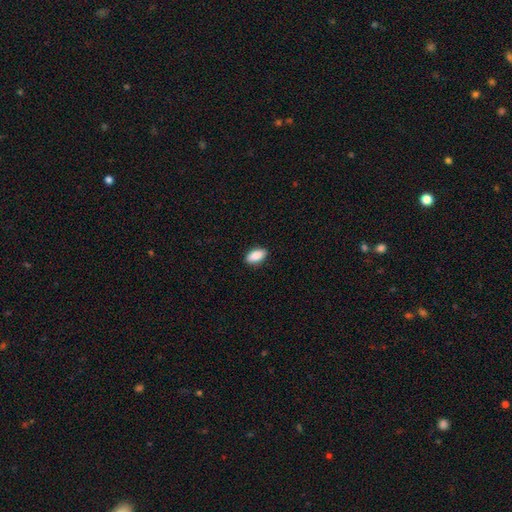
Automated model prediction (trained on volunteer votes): Q: Smooth or featured?
A: smooth (89%); runner-up: star or artifact (6%)
Q: How rounded?
A: in between (92%); runner-up: cigar-shaped (4%)
Q: Merging?
A: none (89%); runner-up: minor disturbance (9%)